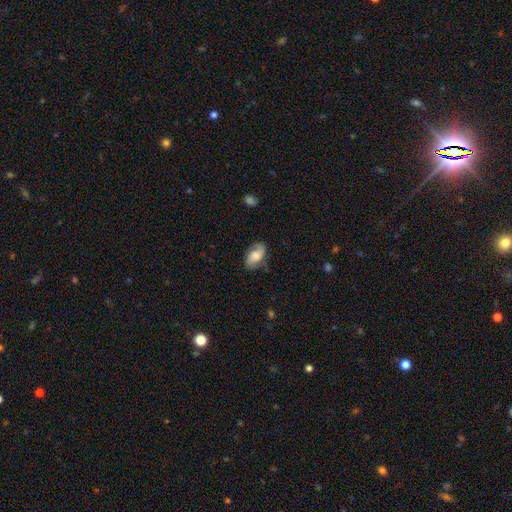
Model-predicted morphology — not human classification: Overall: featured or disk (51%; smooth 41%). Edge-on disk: no (95%). Merging: none (70%).